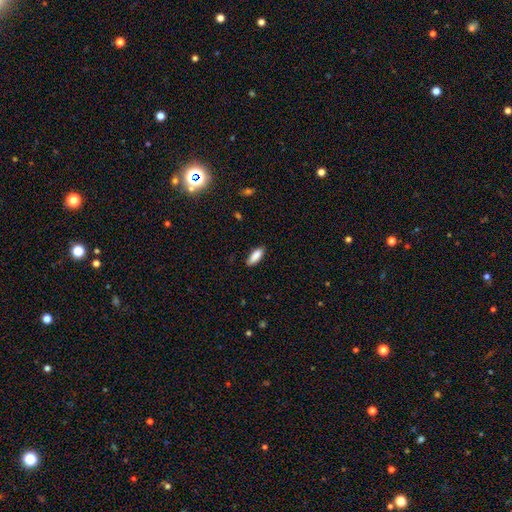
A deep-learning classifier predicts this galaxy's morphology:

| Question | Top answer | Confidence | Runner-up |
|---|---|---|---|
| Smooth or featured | smooth | 88% | star or artifact (6%) |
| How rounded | in between | 71% | cigar-shaped (27%) |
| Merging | none | 84% | minor disturbance (13%) |